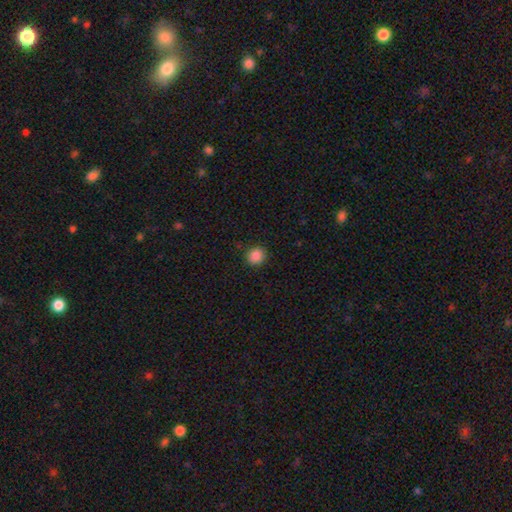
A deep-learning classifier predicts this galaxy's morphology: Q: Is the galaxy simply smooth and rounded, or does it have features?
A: smooth — 86%.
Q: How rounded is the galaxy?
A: round — 85%.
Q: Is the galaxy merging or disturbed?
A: none — 89%.